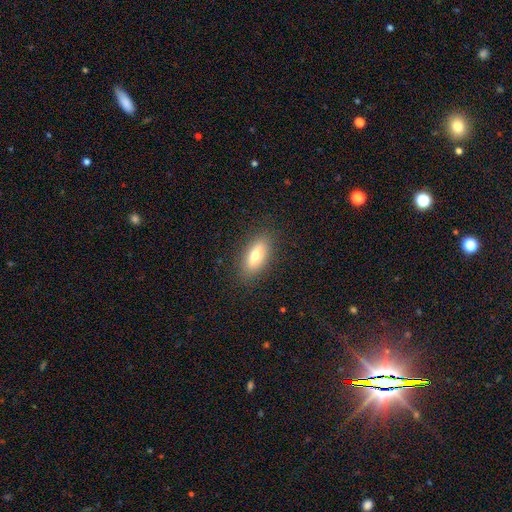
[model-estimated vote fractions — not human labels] This appears to be a smooth galaxy with no disk features (67%) that is in between round and cigar-shaped (72%). Merging: none (87%).